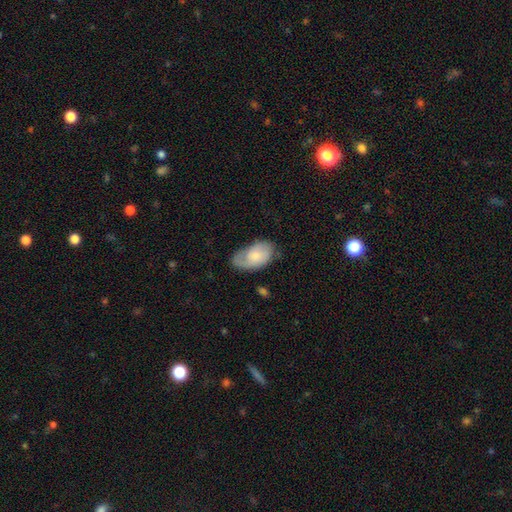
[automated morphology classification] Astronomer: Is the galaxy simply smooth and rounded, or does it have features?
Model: smooth — 57% (runner-up: featured or disk, 37%).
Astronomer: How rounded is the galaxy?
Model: in between — 94%.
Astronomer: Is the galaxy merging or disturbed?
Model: none — 52% (runner-up: minor disturbance, 32%).